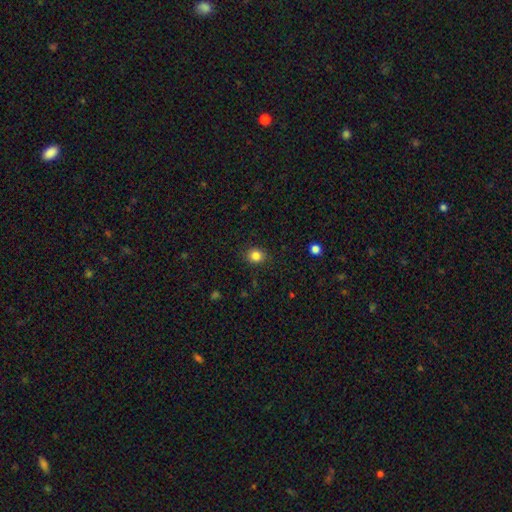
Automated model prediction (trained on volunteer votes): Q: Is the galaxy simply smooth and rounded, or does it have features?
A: smooth — 84%.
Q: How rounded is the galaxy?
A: round — 69%.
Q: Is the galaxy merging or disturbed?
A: none — 88%.